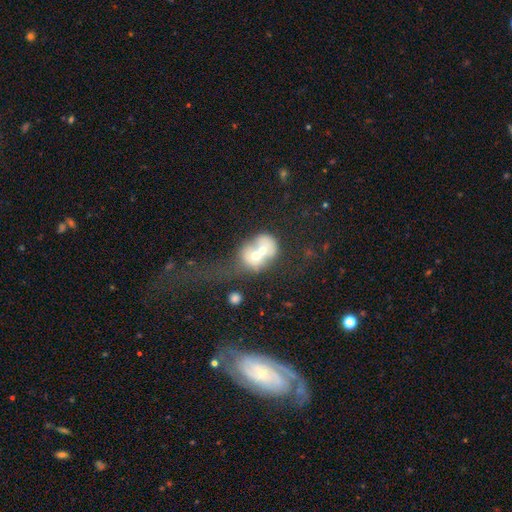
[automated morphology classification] smooth 54%, featured or disk 36%, star or artifact 10%. Down the decision tree: how rounded — round (56%); merging — merger (74%).